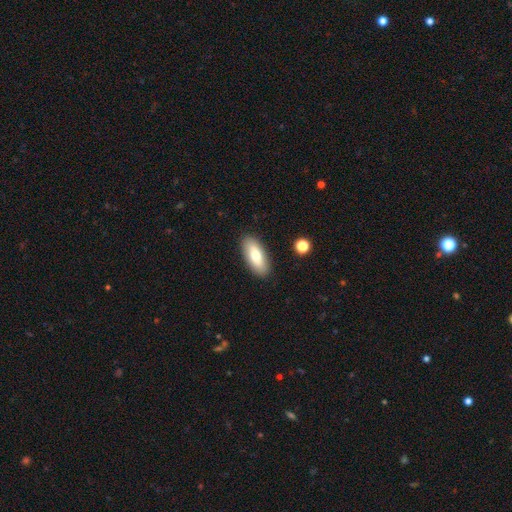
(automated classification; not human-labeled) A smooth galaxy with no disk features (73%) that is in between round and cigar-shaped (83%).

Vote fractions:
- Smooth or featured? smooth: 73% / featured or disk: 20% / star or artifact: 6%
- How rounded? in between: 83% / cigar-shaped: 15% / round: 2%
- Merging? none: 88% / minor disturbance: 8% / major disturbance: 2% / merger: 2%